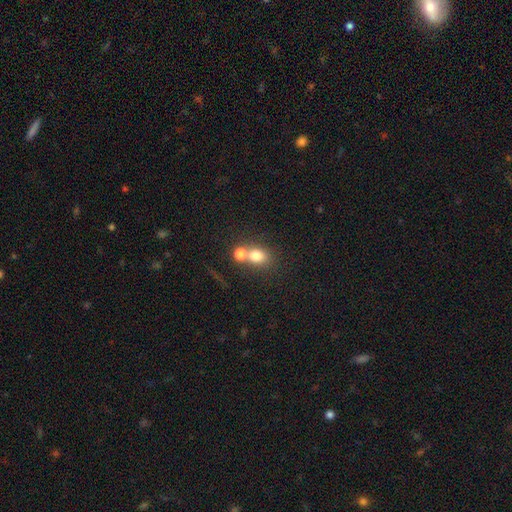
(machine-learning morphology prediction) This is likely a smooth galaxy (75%). How rounded: possibly round (55%). Merging: possibly merger (57%).